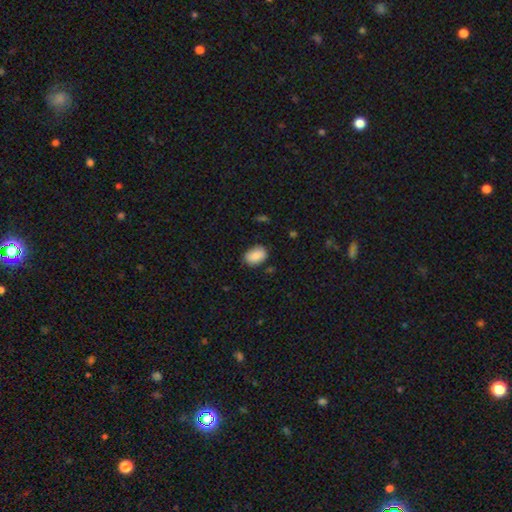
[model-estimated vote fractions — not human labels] Morphology: type=smooth (88%); roundness=in between (83%); merging=none (80%).